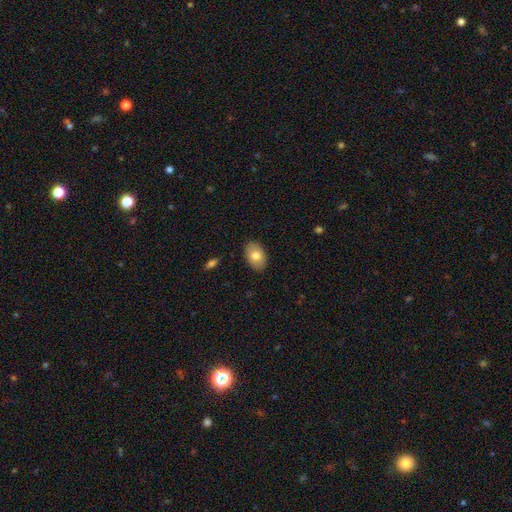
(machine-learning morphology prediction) This appears to be a smooth galaxy with no disk features (78%) that is in between round and cigar-shaped (89%). Merging: none (88%).